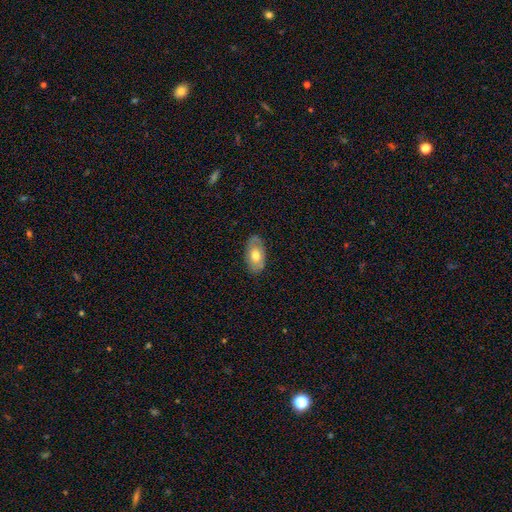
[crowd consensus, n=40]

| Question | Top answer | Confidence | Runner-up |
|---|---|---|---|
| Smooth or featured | smooth | 78% | featured or disk (18%) |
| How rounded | in between | 94% | round (3%) |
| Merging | none | 82% | minor disturbance (11%) |